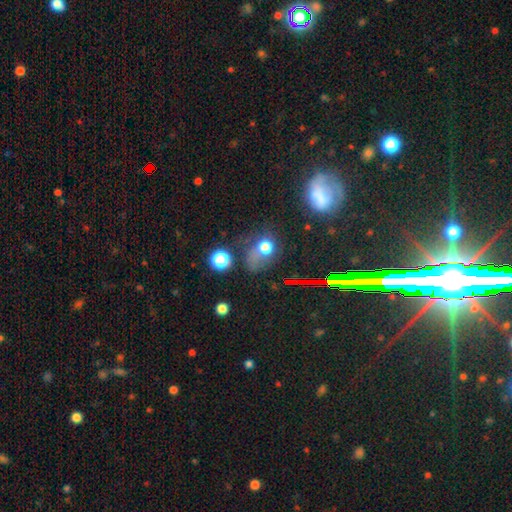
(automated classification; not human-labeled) A smooth galaxy with no disk features (47%). Merging: none (44%).